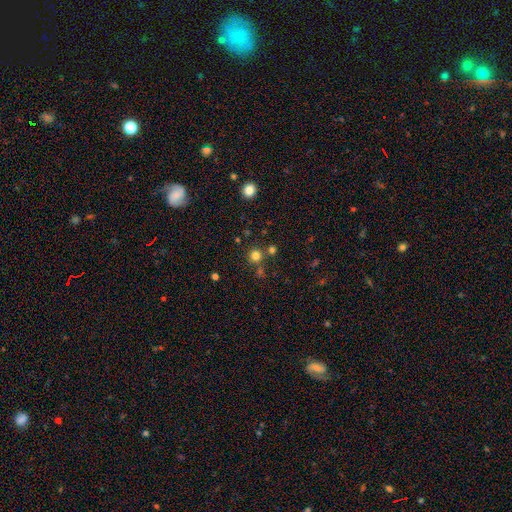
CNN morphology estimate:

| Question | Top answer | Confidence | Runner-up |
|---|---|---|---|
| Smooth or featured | smooth | 77% | star or artifact (18%) |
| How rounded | round | 94% | in between (5%) |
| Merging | none | 77% | merger (13%) |